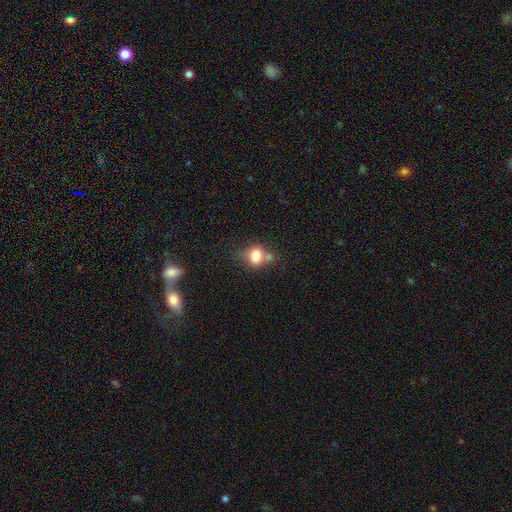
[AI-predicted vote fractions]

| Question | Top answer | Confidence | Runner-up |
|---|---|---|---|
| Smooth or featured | smooth | 76% | featured or disk (13%) |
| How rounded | round | 62% | in between (37%) |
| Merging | none | 49% | merger (24%) |